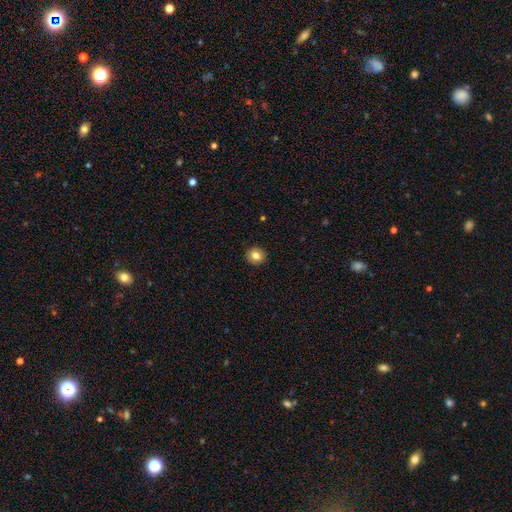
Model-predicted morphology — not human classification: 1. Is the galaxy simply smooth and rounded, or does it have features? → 83% smooth, 9% star or artifact, 8% featured or disk.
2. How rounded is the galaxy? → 86% round, 13% in between, 1% cigar-shaped.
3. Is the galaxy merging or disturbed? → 92% none, 5% minor disturbance, 2% major disturbance, 1% merger.